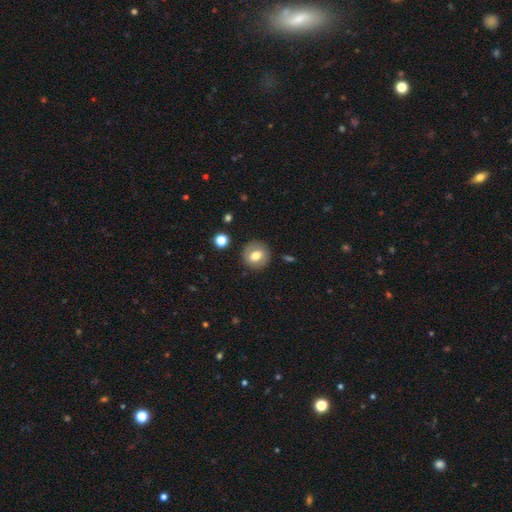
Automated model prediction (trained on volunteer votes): Smooth or featured? smooth (67%)
How rounded? round (80%)
Merging? none (85%)